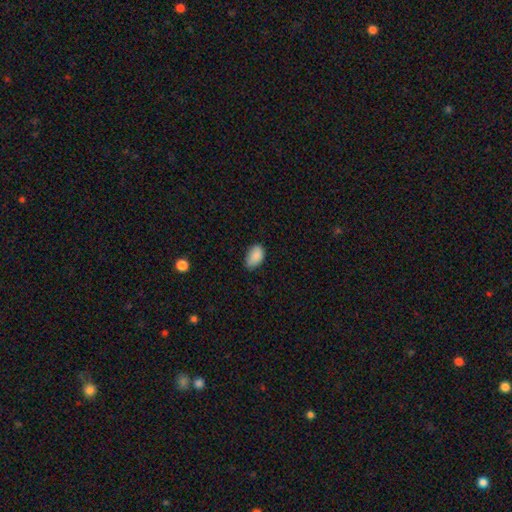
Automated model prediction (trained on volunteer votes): The model was most divided on "merging": none: 69%, minor disturbance: 26%, major disturbance: 4%, merger: 1%. More confident: how rounded — in between (90%); smooth or featured — smooth (88%).